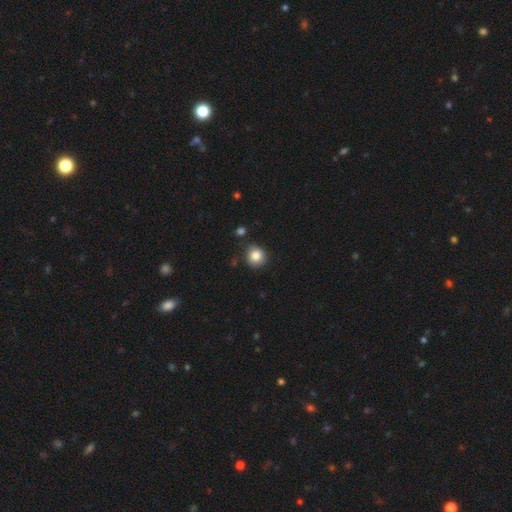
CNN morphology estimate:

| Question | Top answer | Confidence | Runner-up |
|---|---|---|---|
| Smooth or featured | smooth | 84% | star or artifact (10%) |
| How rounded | round | 86% | in between (13%) |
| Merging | none | 78% | minor disturbance (15%) |